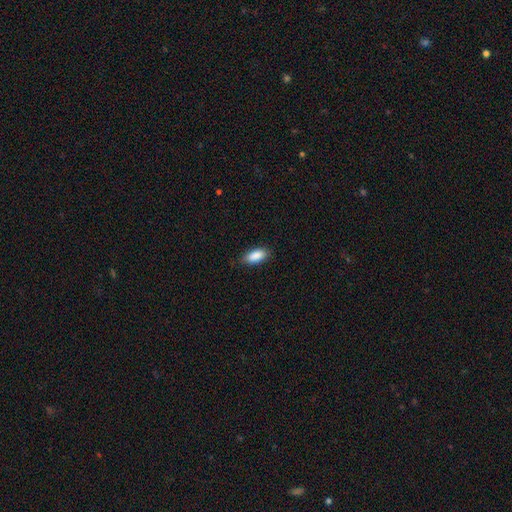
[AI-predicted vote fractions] A smooth galaxy with no disk features (89%) that is in between round and cigar-shaped (88%). Merging: none (84%).